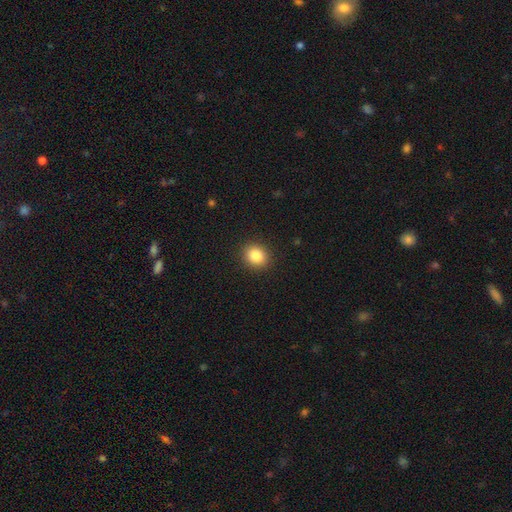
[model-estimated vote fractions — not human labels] A smooth galaxy with no disk features (84%) that is round (75%). Merging: none (91%).